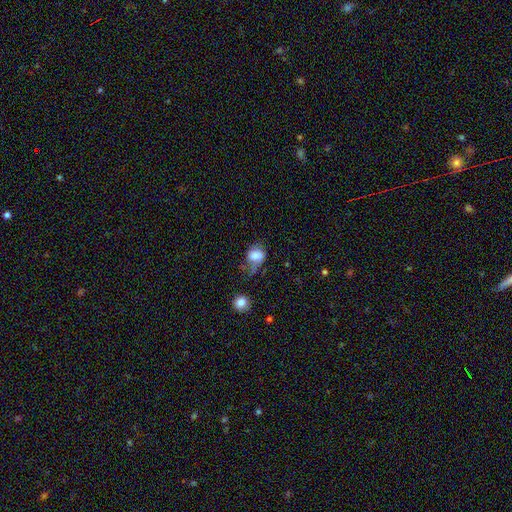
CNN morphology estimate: Q: Smooth or featured?
A: smooth (71%); runner-up: featured or disk (19%)
Q: How rounded?
A: in between (53%); runner-up: round (46%)
Q: Merging?
A: none (35%); runner-up: minor disturbance (31%)